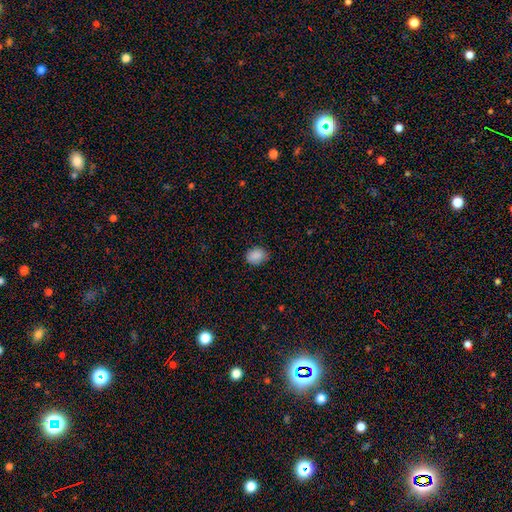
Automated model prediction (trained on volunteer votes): smooth-or-featured: smooth: 89% | star or artifact: 8% | featured or disk: 3%
  how-rounded: in between: 57% | round: 42% | cigar-shaped: 1%
  merging: none: 82% | minor disturbance: 15% | major disturbance: 3% | merger: 1%